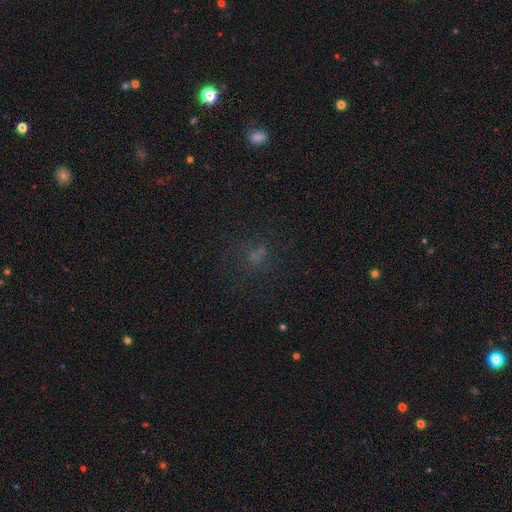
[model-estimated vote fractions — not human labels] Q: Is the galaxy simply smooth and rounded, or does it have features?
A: smooth — 48%.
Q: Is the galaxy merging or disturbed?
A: none — 65%.